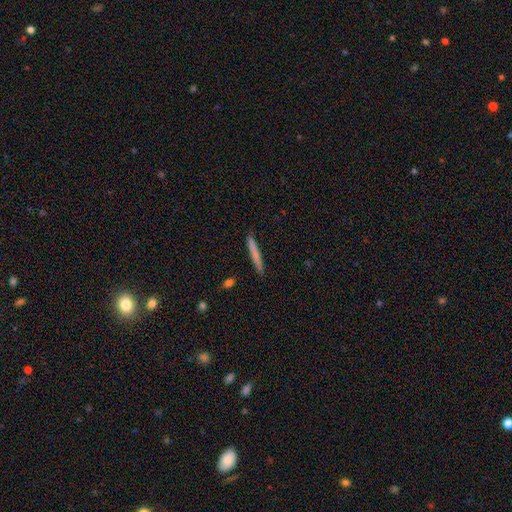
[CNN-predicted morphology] Overall: smooth (51%; featured or disk 37%). How rounded: cigar-shaped (94%). Merging: none (90%).